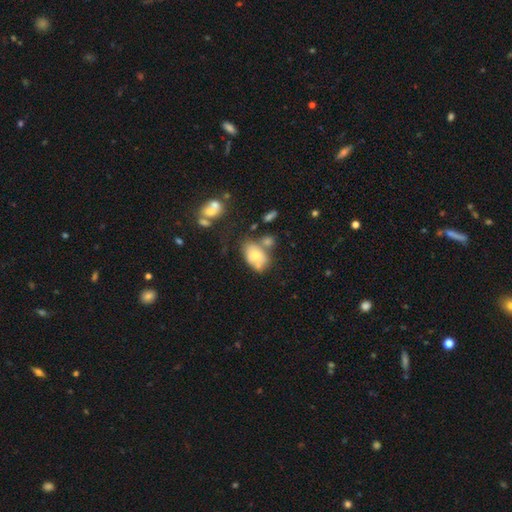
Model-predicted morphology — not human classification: type=smooth (63%); roundness=in between (82%); merging=none (40%).